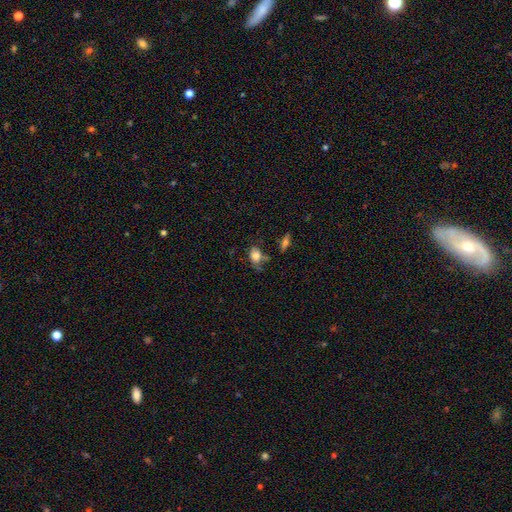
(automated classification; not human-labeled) A smooth galaxy with no disk features (76%) that is in between round and cigar-shaped (69%). Merging: none (46%).